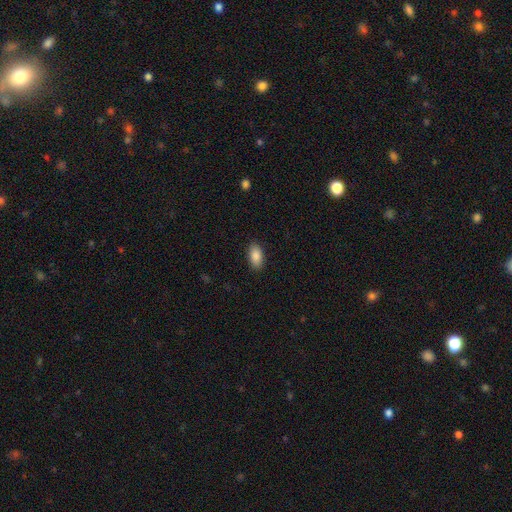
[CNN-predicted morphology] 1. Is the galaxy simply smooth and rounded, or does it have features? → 88% smooth, 7% star or artifact, 5% featured or disk.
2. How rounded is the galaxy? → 92% in between, 4% cigar-shaped, 3% round.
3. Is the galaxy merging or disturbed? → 89% none, 8% minor disturbance, 2% major disturbance, 1% merger.